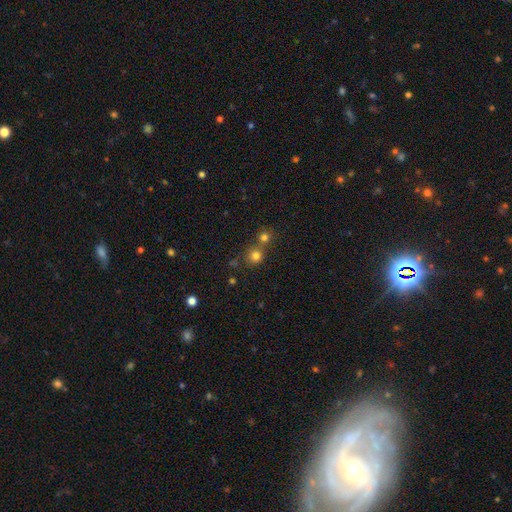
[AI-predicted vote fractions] This appears to be a smooth galaxy with no disk features (76%) that is round (90%). Merging: none (58%).